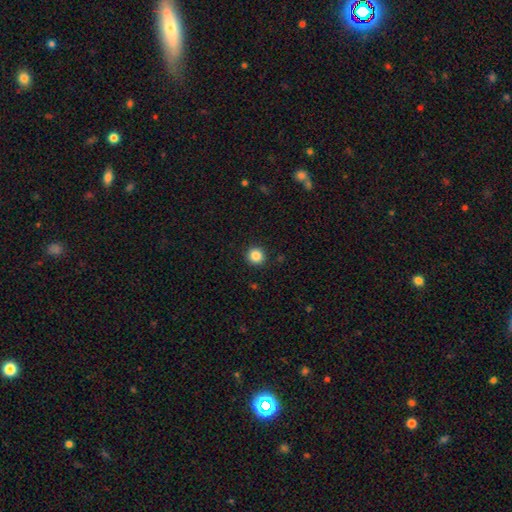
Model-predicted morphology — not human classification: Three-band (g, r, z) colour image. It shows a smooth galaxy with no disk features (86%) that is round (93%). Merging: none (91%).